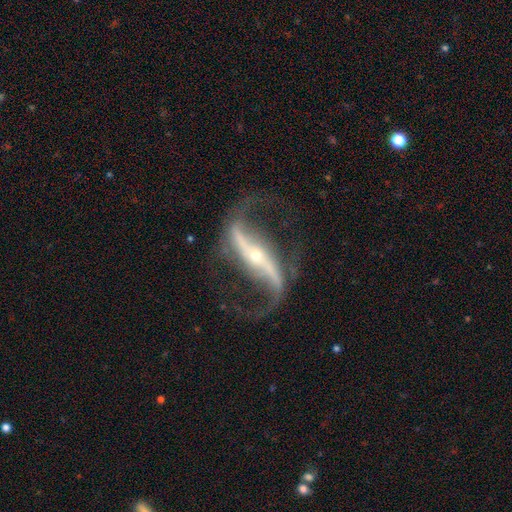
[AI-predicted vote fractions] Smooth or featured?
  - featured or disk: 92% *
  - star or artifact: 5%
  - smooth: 3%
Edge-on disk?
  - no: 90% *
  - yes: 10%
Bar?
  - strong: 72% *
  - weak: 15%
  - no: 13%
Spiral arms?
  - yes: 97% *
  - no: 3%
Spiral winding?
  - loose: 68% *
  - medium: 25%
  - tight: 7%
Spiral arm count?
  - 2: 94% *
  - 1: 2%
  - can't tell: 2%
  - 3: 1%
  - 4: 1%
  - more than 4: 1%
Bulge size?
  - small: 76% *
  - moderate: 20%
  - large: 2%
  - dominant: 1%
  - none: 1%
Merging?
  - none: 76% *
  - minor disturbance: 12%
  - major disturbance: 10%
  - merger: 2%